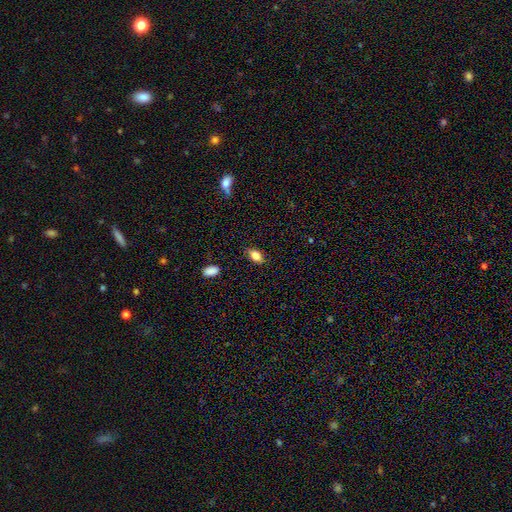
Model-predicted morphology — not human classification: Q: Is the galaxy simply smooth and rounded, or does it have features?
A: smooth — 82%.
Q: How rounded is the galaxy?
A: in between — 87%.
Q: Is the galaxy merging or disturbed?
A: none — 85%.